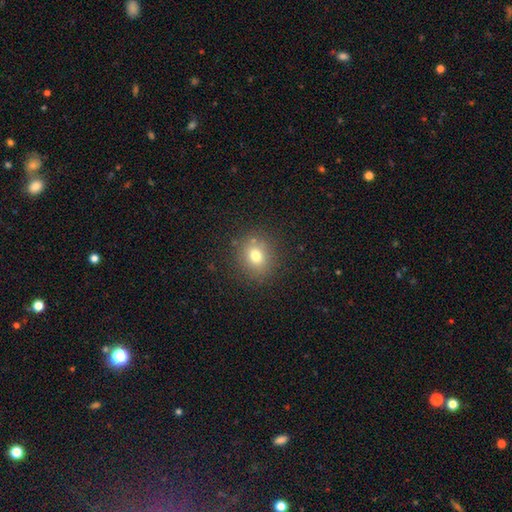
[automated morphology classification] A smooth galaxy with no disk features (74%) that is round (78%).

Vote fractions:
- Smooth or featured? smooth: 74% / star or artifact: 15% / featured or disk: 11%
- How rounded? round: 78% / in between: 21% / cigar-shaped: 1%
- Merging? none: 84% / minor disturbance: 9% / major disturbance: 4% / merger: 3%